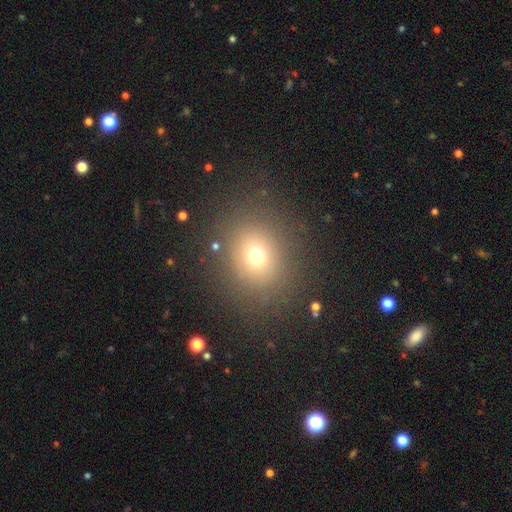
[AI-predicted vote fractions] Smooth or featured?
  - smooth: 68% *
  - star or artifact: 20%
  - featured or disk: 12%
How rounded?
  - round: 73% *
  - in between: 26%
  - cigar-shaped: 1%
Merging?
  - none: 83% *
  - minor disturbance: 9%
  - major disturbance: 6%
  - merger: 2%